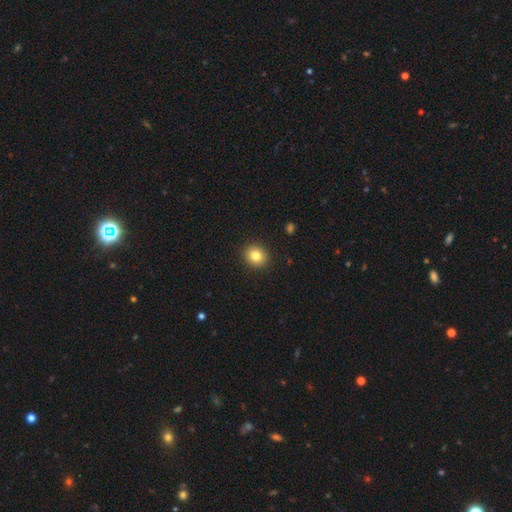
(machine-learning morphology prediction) This appears to be a smooth galaxy with no disk features (82%) that is round (81%). Merging: none (91%).